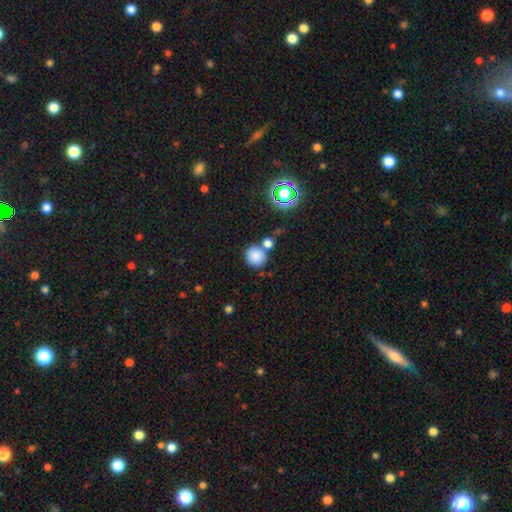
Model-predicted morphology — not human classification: Overall: smooth (82%). How rounded: round (90%). Merging: none (66%).